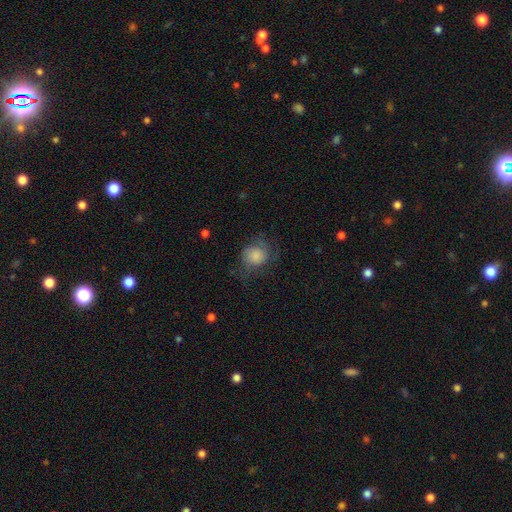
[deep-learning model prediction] smooth-or-featured: smooth: 71% | featured or disk: 21% | star or artifact: 9%
  how-rounded: round: 77% | in between: 22% | cigar-shaped: 1%
  merging: none: 53% | minor disturbance: 25% | major disturbance: 20% | merger: 2%